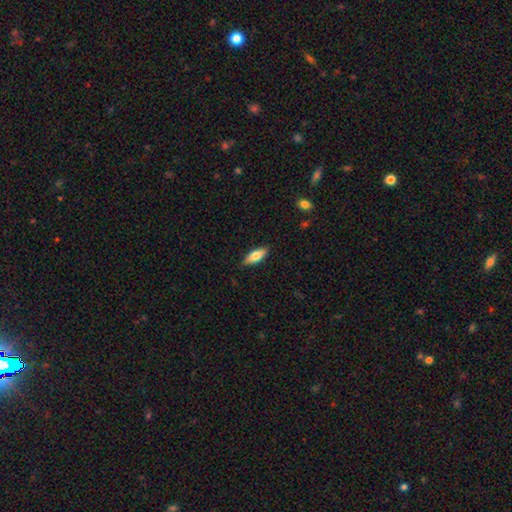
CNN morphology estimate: smooth-or-featured: smooth: 70% | featured or disk: 24% | star or artifact: 6%
  how-rounded: in between: 66% | cigar-shaped: 32% | round: 2%
  merging: none: 85% | minor disturbance: 11% | major disturbance: 2% | merger: 1%